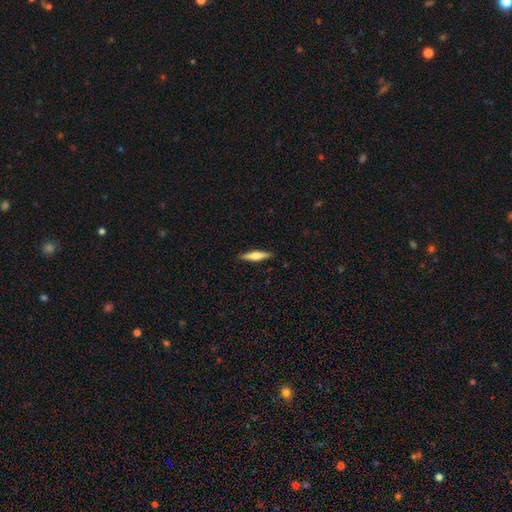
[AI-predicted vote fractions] This appears to be a smooth galaxy with no disk features (49%). Merging: none (90%).